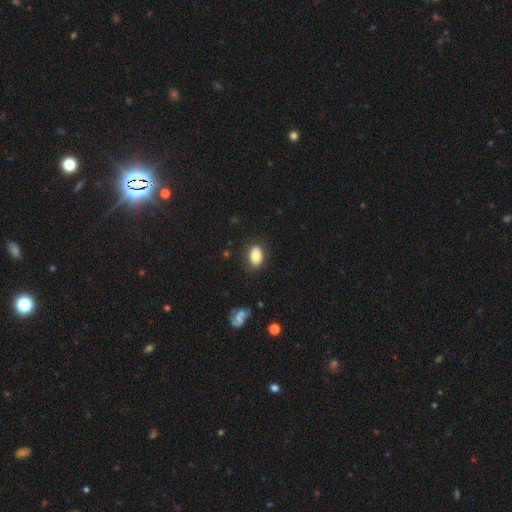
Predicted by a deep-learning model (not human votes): smooth_or_featured: smooth (p=0.77) [alt: featured or disk p=0.14]
how_rounded: in between (p=0.84) [alt: round p=0.15]
merging: none (p=0.79) [alt: minor disturbance p=0.16]